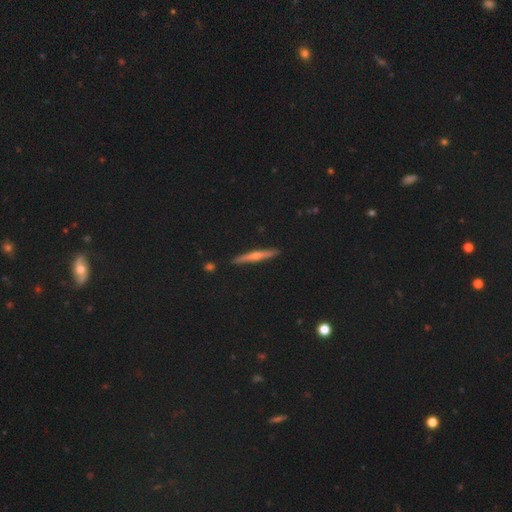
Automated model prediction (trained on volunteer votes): Smooth or featured: featured or disk — 67% (smooth — 26%)
Edge-on disk: yes — 97% (no — 3%)
Edge-on bulge: rounded — 83% (none — 13%)
Merging: none — 91% (minor disturbance — 6%)